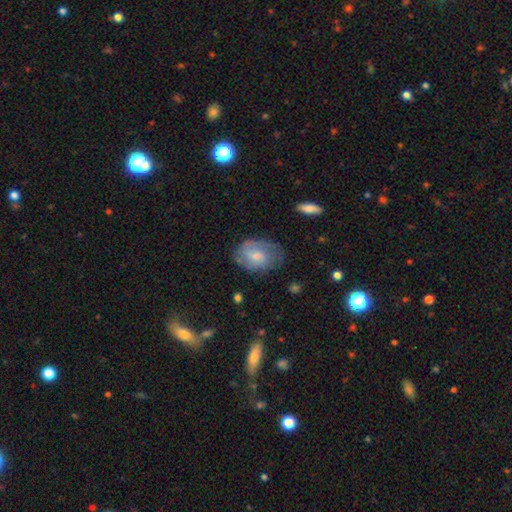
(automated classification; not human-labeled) featured or disk 51%, smooth 42%, star or artifact 7%. Down the decision tree: edge-on disk — no (96%); merging — none (63%).